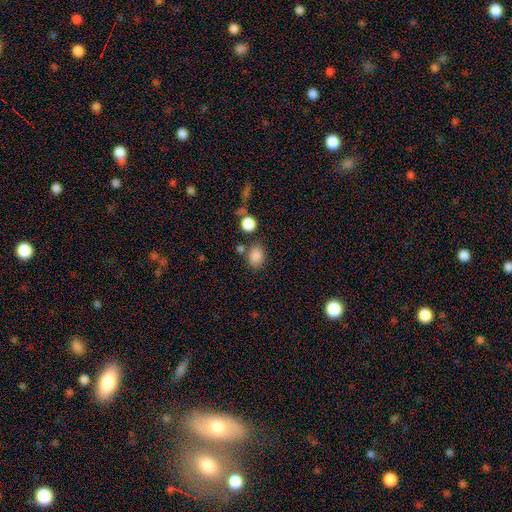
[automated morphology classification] A smooth galaxy with no disk features (84%) that is in between round and cigar-shaped (58%). Merging: none (69%).